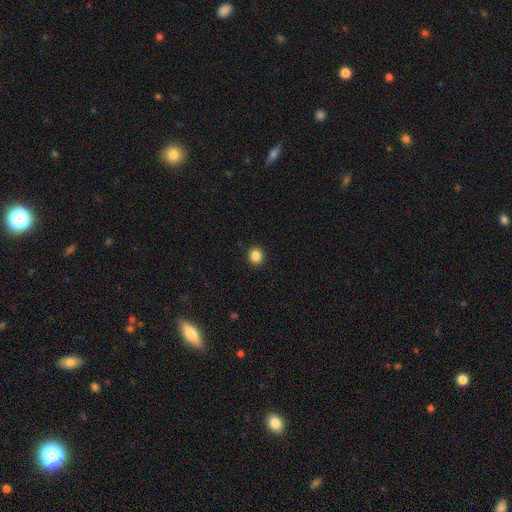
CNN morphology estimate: A smooth galaxy with no disk features (86%) that is round (83%). Merging: none (92%).